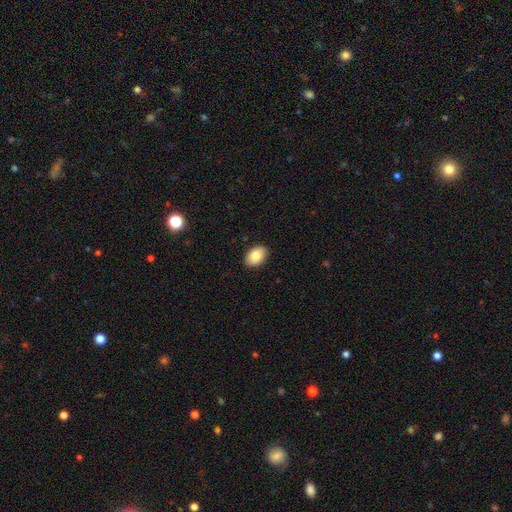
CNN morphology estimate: Smooth or featured? Predicted: smooth (p=0.86). How rounded? Predicted: in between (p=0.89). Merging? Predicted: none (p=0.90).